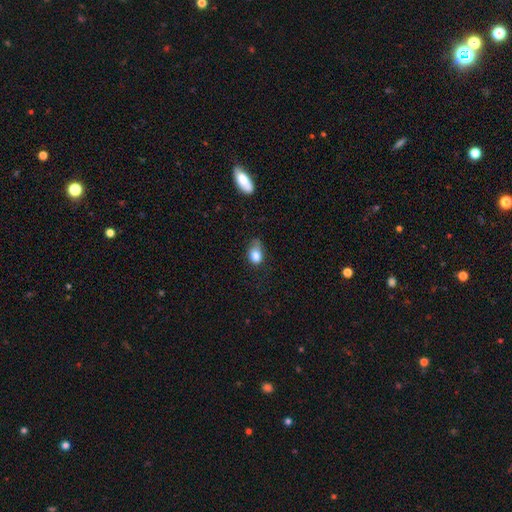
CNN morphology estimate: Smooth or featured?
  - smooth: 80% *
  - featured or disk: 11%
  - star or artifact: 10%
How rounded?
  - in between: 65% *
  - round: 33%
  - cigar-shaped: 2%
Merging?
  - minor disturbance: 40% *
  - none: 32%
  - major disturbance: 24%
  - merger: 3%